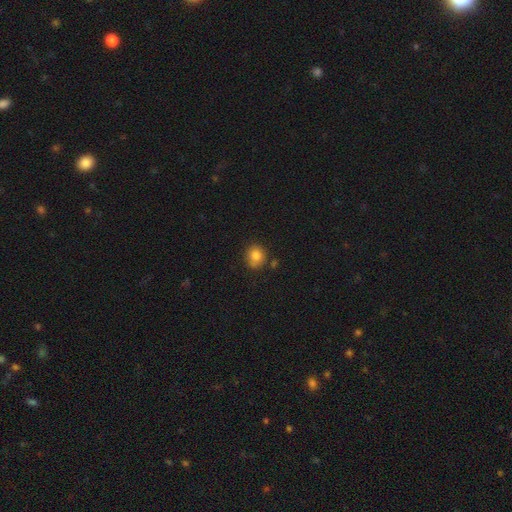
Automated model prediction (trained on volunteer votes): smooth_or_featured: smooth (p=0.83) [alt: star or artifact p=0.10]
how_rounded: round (p=0.73) [alt: in between p=0.26]
merging: none (p=0.72) [alt: minor disturbance p=0.19]